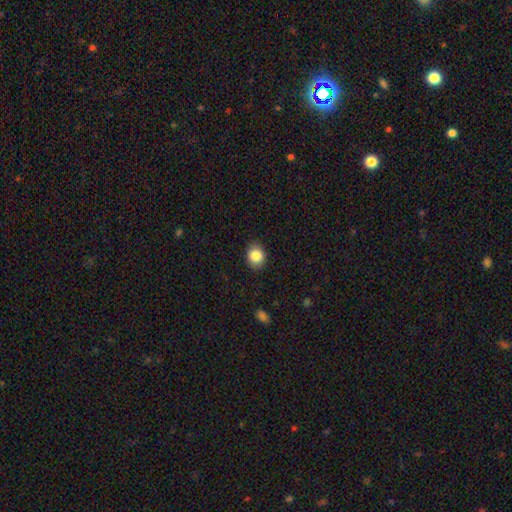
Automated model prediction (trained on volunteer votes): Overall: smooth (85%). How rounded: round (55%; in between 44%). Merging: none (87%).